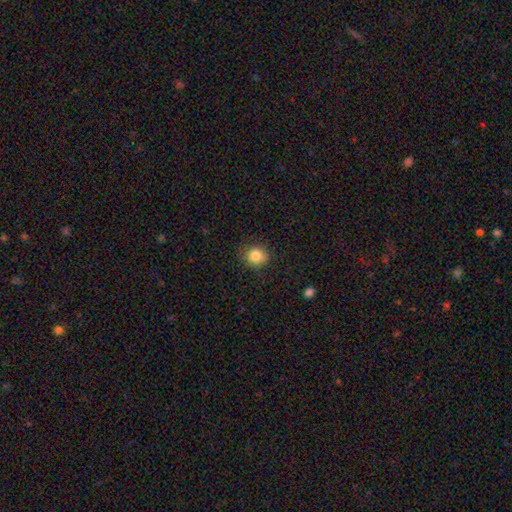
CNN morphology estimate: type=smooth (84%); roundness=round (84%); merging=none (83%).